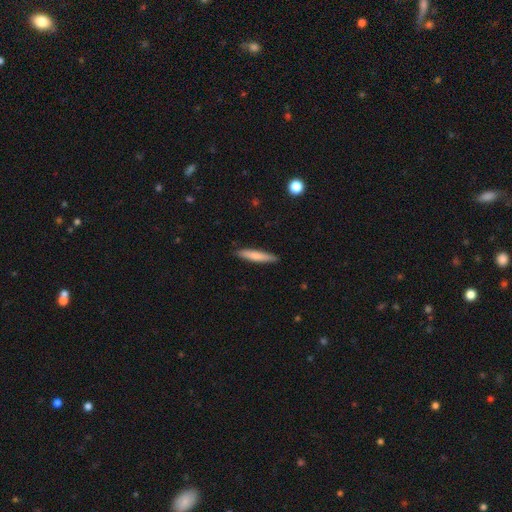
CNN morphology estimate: This appears to be a smooth galaxy with no disk features (76%) that is cigar-shaped (91%). Merging: none (89%).